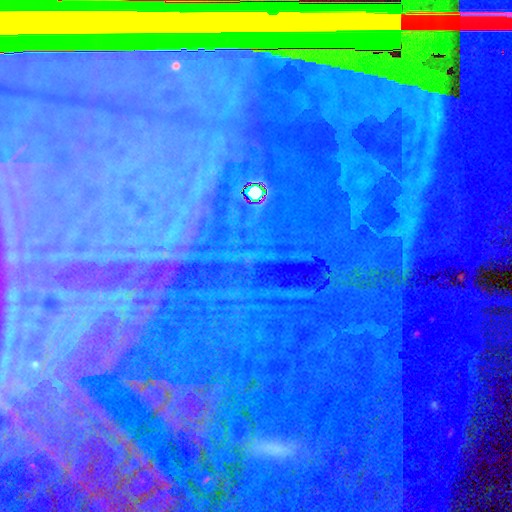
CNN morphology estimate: Smooth or featured? star or artifact (86%)